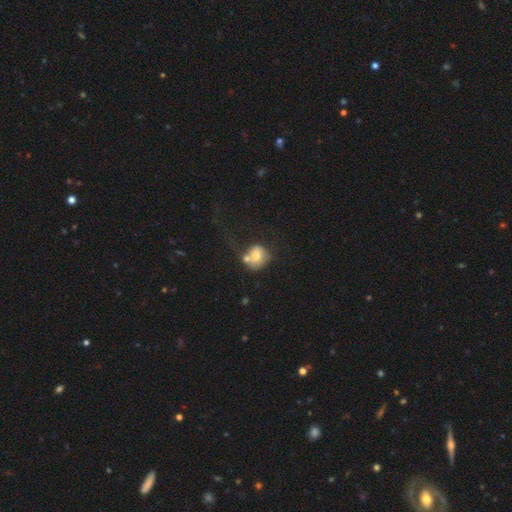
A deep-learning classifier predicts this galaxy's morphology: Q: Smooth or featured?
A: smooth (67%); runner-up: featured or disk (24%)
Q: How rounded?
A: round (75%); runner-up: in between (24%)
Q: Merging?
A: merger (37%); runner-up: none (30%)